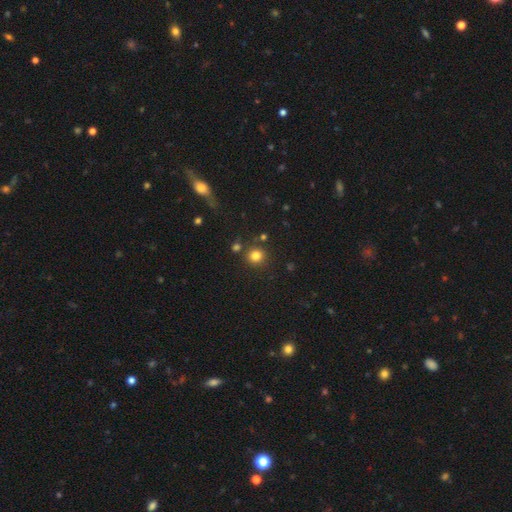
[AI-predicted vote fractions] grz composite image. It shows a smooth galaxy with no disk features (81%) that is round (90%). Merging: none (82%).